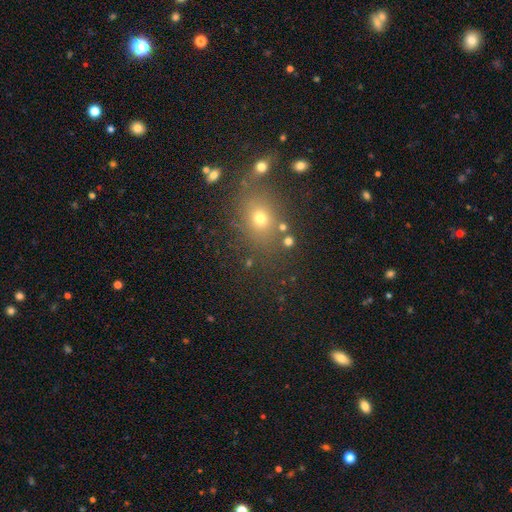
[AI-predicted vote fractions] Q: Smooth or featured?
A: smooth (54%); runner-up: star or artifact (34%)
Q: How rounded?
A: round (59%); runner-up: in between (39%)
Q: Merging?
A: none (74%); runner-up: minor disturbance (12%)